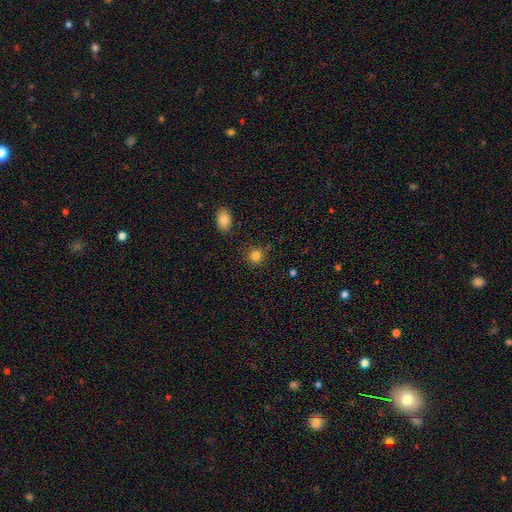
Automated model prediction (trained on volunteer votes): A smooth galaxy with no disk features (84%) that is round (89%). Merging: none (86%).